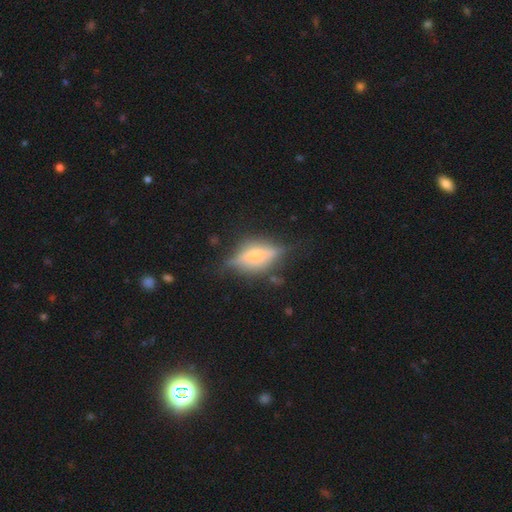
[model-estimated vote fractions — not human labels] Q: Smooth or featured?
A: featured or disk (64%); runner-up: smooth (27%)
Q: Edge-on disk?
A: yes (86%); runner-up: no (14%)
Q: Edge-on bulge?
A: rounded (81%); runner-up: boxy (15%)
Q: Merging?
A: none (65%); runner-up: minor disturbance (23%)